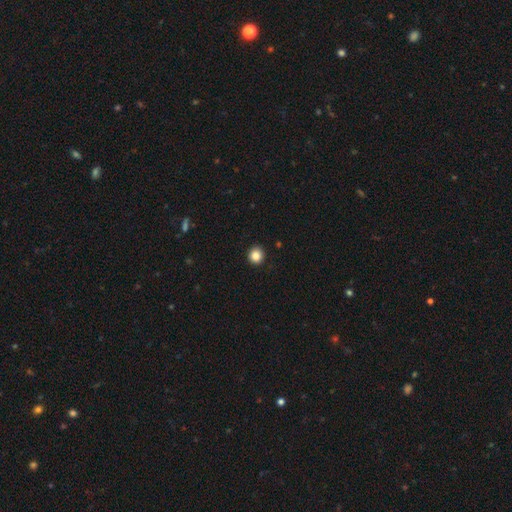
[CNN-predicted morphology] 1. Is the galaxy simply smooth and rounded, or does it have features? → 86% smooth, 10% star or artifact, 4% featured or disk.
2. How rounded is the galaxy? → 91% round, 8% in between, 1% cigar-shaped.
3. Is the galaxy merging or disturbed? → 92% none, 5% minor disturbance, 2% major disturbance, 1% merger.